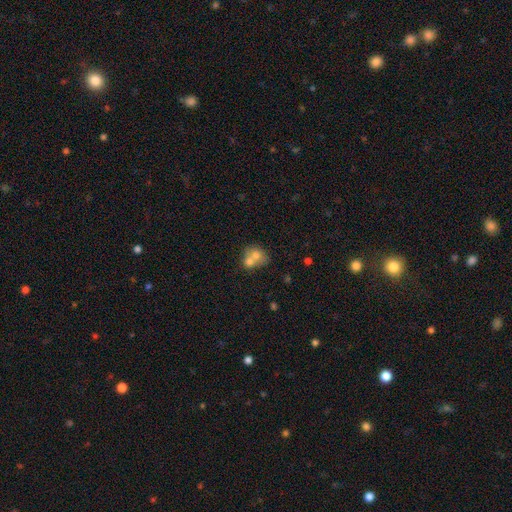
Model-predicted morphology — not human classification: A smooth galaxy with no disk features (66%) that is round (58%).

Vote fractions:
- Smooth or featured? smooth: 66% / featured or disk: 25% / star or artifact: 9%
- How rounded? round: 58% / in between: 41% / cigar-shaped: 1%
- Merging? merger: 70% / none: 20% / minor disturbance: 7% / major disturbance: 3%